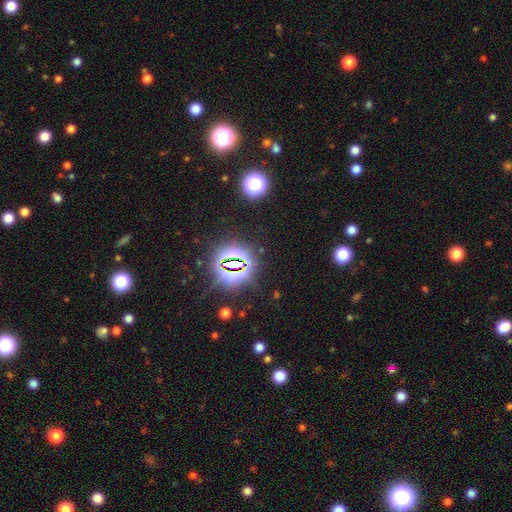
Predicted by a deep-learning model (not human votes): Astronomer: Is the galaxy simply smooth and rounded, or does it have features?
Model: star or artifact — 81%.